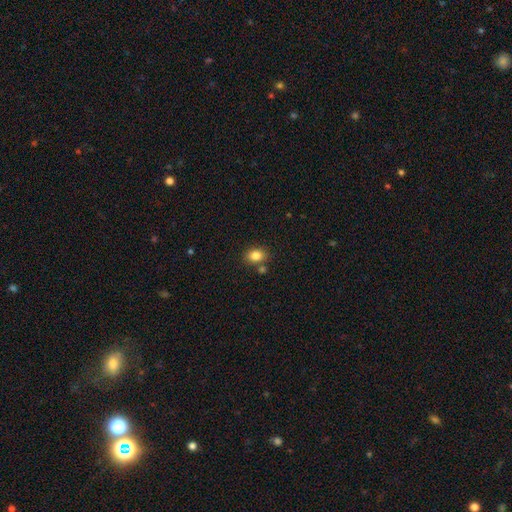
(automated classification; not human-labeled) This appears to be a smooth galaxy with no disk features (84%) that is in between round and cigar-shaped (64%). Merging: none (74%).